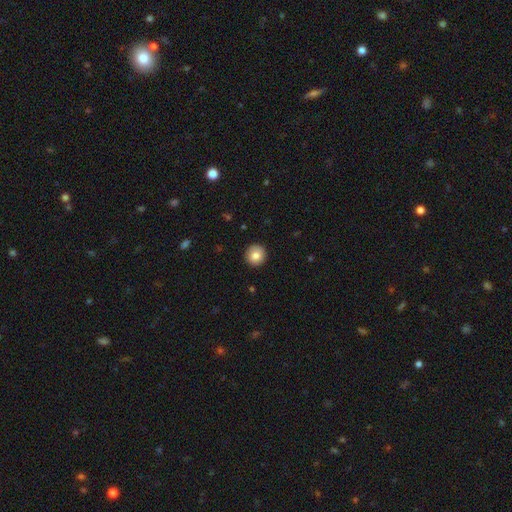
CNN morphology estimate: Q: Smooth or featured?
A: smooth (84%); runner-up: star or artifact (9%)
Q: How rounded?
A: round (94%); runner-up: in between (5%)
Q: Merging?
A: none (92%); runner-up: minor disturbance (6%)